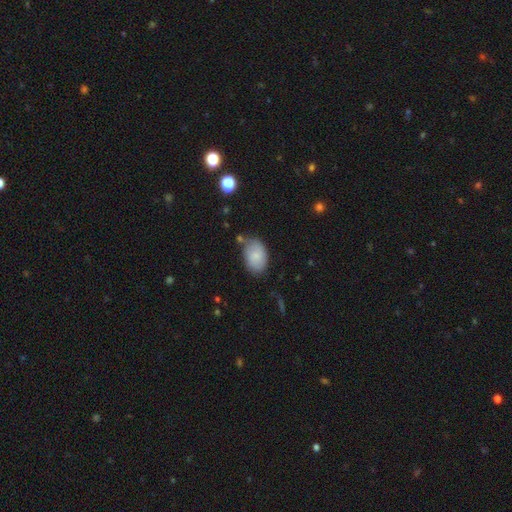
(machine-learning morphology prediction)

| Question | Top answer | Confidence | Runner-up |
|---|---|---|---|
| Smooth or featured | smooth | 79% | featured or disk (14%) |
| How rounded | in between | 88% | round (11%) |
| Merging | none | 62% | minor disturbance (26%) |